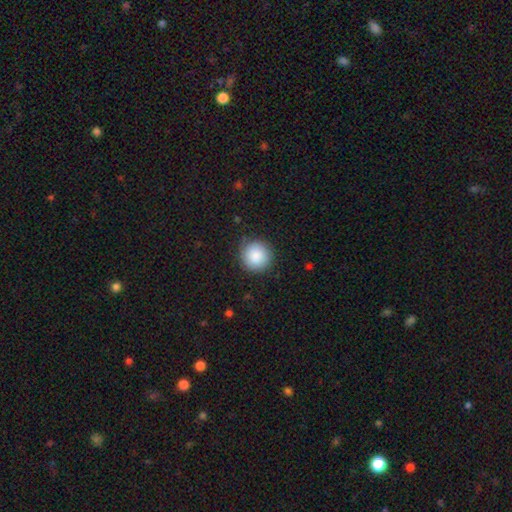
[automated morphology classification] A smooth galaxy with no disk features (88%) that is round (95%). Merging: none (88%).